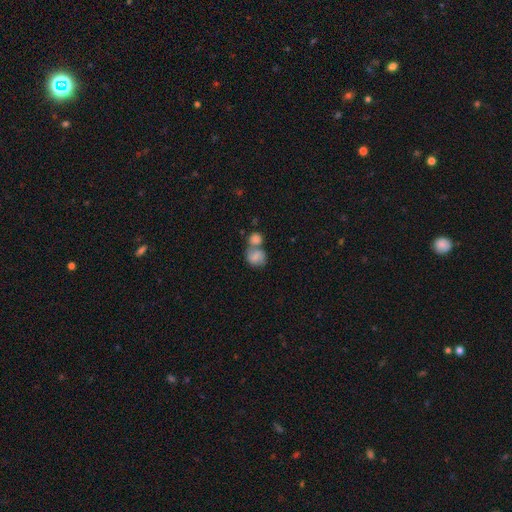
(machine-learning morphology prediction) This is likely a smooth galaxy (72%). How rounded: likely round (62%). Merging: likely merger (63%).